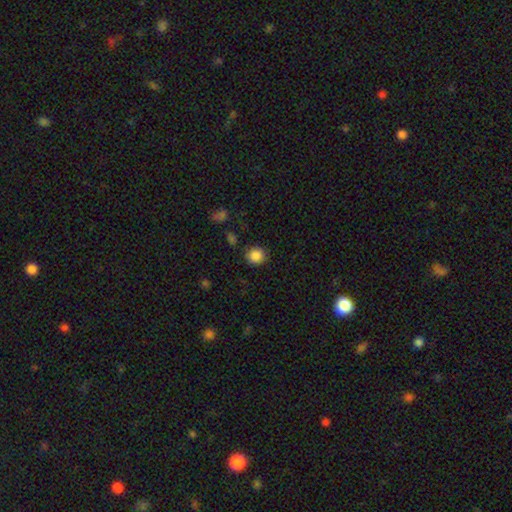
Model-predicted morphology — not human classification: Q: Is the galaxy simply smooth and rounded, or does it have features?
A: smooth — 86%.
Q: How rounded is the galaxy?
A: round — 88%.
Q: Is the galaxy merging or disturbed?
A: none — 87%.